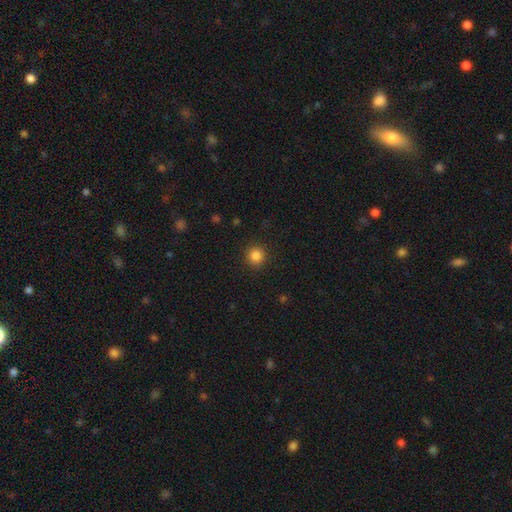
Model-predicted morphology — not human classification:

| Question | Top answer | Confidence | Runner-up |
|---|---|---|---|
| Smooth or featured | smooth | 85% | star or artifact (11%) |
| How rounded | round | 93% | in between (7%) |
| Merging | none | 90% | minor disturbance (6%) |